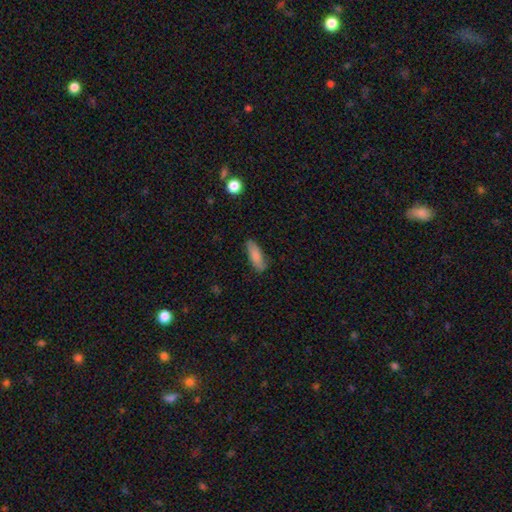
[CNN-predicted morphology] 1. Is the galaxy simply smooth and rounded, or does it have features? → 81% smooth, 12% featured or disk, 6% star or artifact.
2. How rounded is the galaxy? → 61% in between, 37% cigar-shaped, 2% round.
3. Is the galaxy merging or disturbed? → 79% none, 17% minor disturbance, 3% major disturbance, 1% merger.